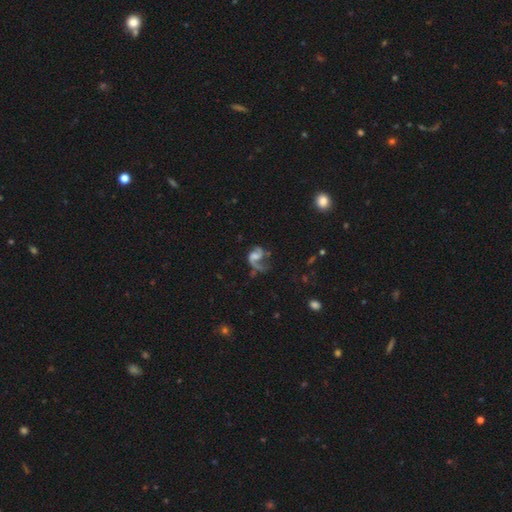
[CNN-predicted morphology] A featured or disk galaxy (79%) with no bar (53%), 2 (61%) loose (54%) spiral arms (91%) and no central bulge (30%).

Vote fractions:
- Smooth or featured? featured or disk: 79% / smooth: 13% / star or artifact: 8%
- Edge-on disk? no: 98% / yes: 2%
- Bar? no: 53% / weak: 37% / strong: 10%
- Spiral arms? yes: 91% / no: 9%
- Spiral winding? loose: 54% / medium: 37% / tight: 9%
- Spiral arm count? 2: 61% / 1: 33% / can't tell: 3% / 3: 1% / 4: 1% / more than 4: 1%
- Bulge size? none: 30% / small: 29% / moderate: 27% / large: 11% / dominant: 3%
- Merging? major disturbance: 40% / none: 36% / minor disturbance: 18% / merger: 6%